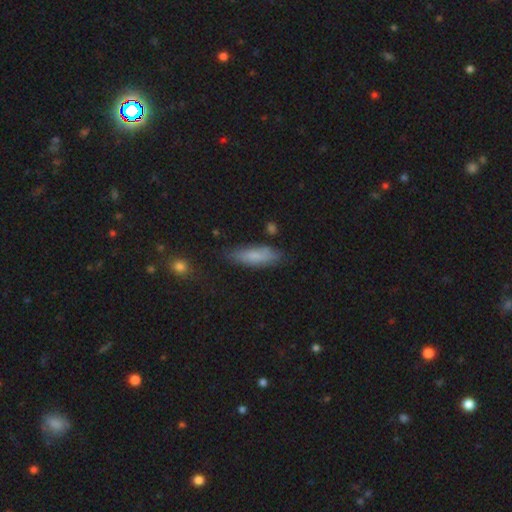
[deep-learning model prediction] smooth 76%, featured or disk 16%, star or artifact 7%. Down the decision tree: how rounded — cigar-shaped (50%); merging — none (73%).